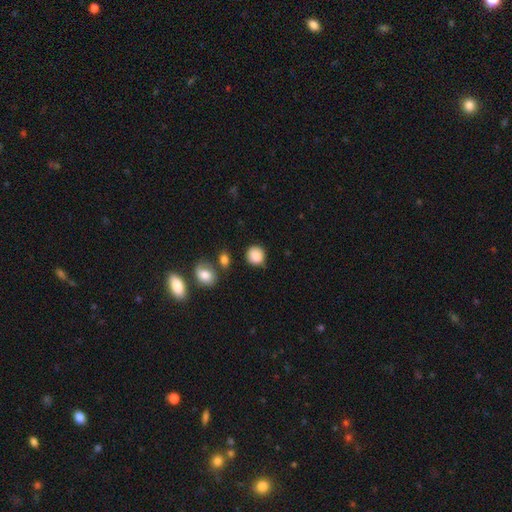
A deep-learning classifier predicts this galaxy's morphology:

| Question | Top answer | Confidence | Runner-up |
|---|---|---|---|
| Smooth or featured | smooth | 87% | star or artifact (9%) |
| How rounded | round | 86% | in between (13%) |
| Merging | none | 77% | minor disturbance (15%) |